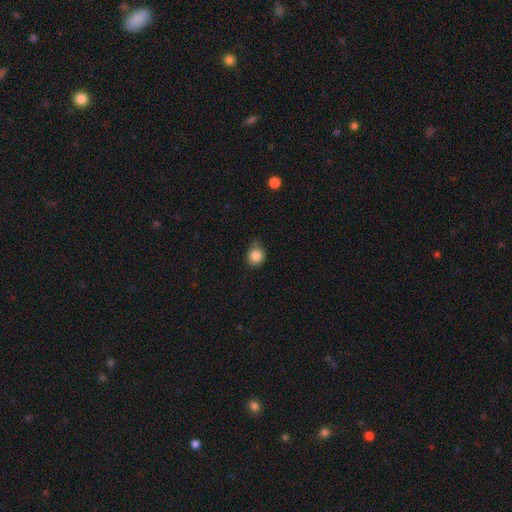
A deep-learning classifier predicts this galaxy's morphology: smooth 84%, star or artifact 10%, featured or disk 6%. Down the decision tree: how rounded — round (75%); merging — none (66%).